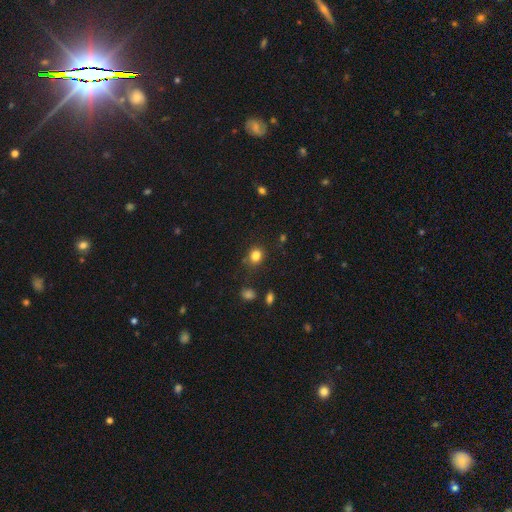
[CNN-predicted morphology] Overall: smooth (83%). How rounded: round (67%; in between 32%). Merging: none (76%).